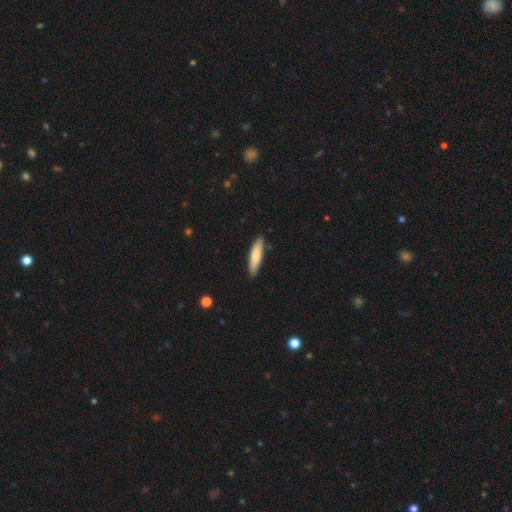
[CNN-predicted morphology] Overall: smooth (79%). How rounded: cigar-shaped (75%). Merging: none (87%).